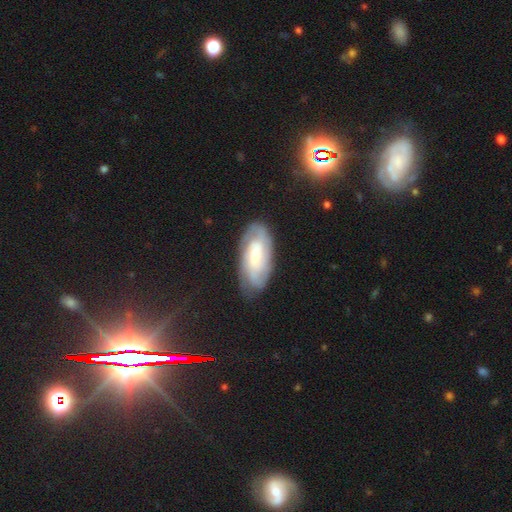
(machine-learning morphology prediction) Smooth or featured?
  - featured or disk: 62% *
  - smooth: 30%
  - star or artifact: 7%
Edge-on disk?
  - no: 91% *
  - yes: 9%
Bar?
  - no: 49% *
  - weak: 38%
  - strong: 13%
Spiral arms?
  - yes: 89% *
  - no: 11%
Spiral winding?
  - tight: 59% *
  - medium: 31%
  - loose: 10%
Spiral arm count?
  - can't tell: 47% *
  - 2: 26%
  - 3: 13%
  - 4: 6%
  - 1: 4%
  - more than 4: 4%
Bulge size?
  - small: 41% *
  - moderate: 35%
  - large: 14%
  - none: 8%
  - dominant: 2%
Merging?
  - none: 76% *
  - minor disturbance: 17%
  - major disturbance: 6%
  - merger: 1%